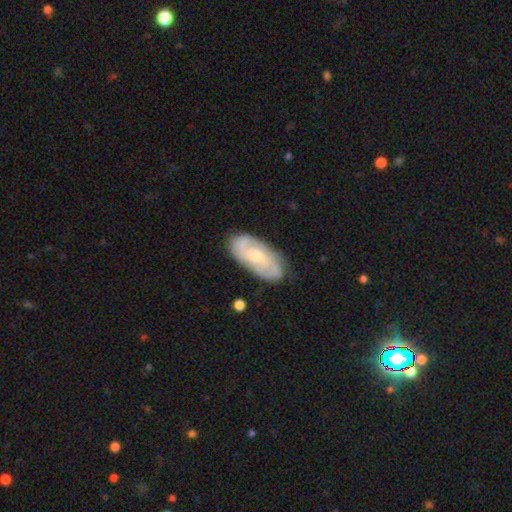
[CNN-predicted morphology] Smooth or featured? featured or disk (68%)
Edge-on disk? no (94%)
Bar? no (67%)
Spiral arms? yes (90%)
Spiral winding? tight (52%)
Spiral arm count? 2 (44%)
Bulge size? small (51%)
Merging? none (80%)